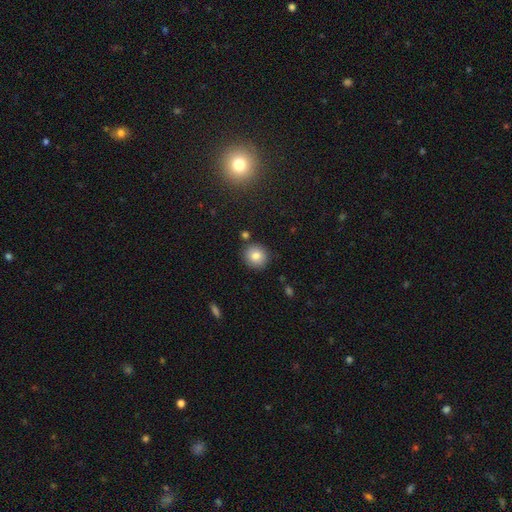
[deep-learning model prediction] A smooth galaxy with no disk features (80%) that is round (88%). Merging: none (86%).